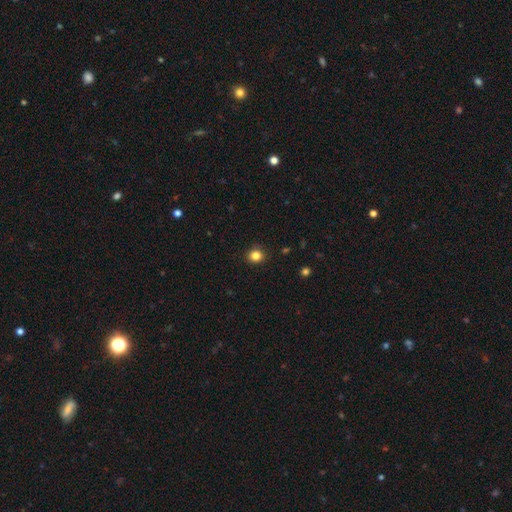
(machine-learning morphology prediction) This is clearly a smooth galaxy (84%). How rounded: clearly round (82%). Merging: clearly none (90%).